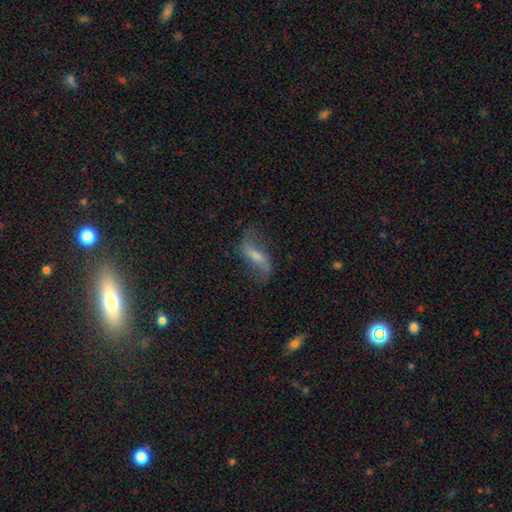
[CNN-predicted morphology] Overall: featured or disk (68%). Edge-on disk: no (89%). Bar: weak (40%; strong 34%). Spiral arms: yes (87%). Spiral arm count: 2 (90%). Spiral winding: loose (86%). Bulge size: small (44%; moderate 33%). Merging: none (69%).